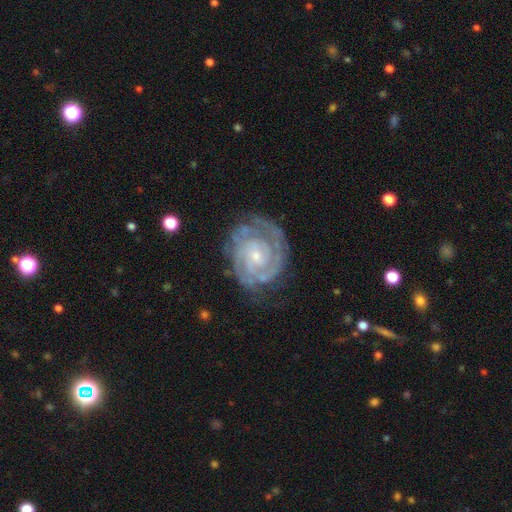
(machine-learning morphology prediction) A featured or disk galaxy (90%) with no bar (65%), 2 (42%) tight (76%) spiral arms (97%) and a small central bulge (72%).

Vote fractions:
- Smooth or featured? featured or disk: 90% / smooth: 6% / star or artifact: 5%
- Edge-on disk? no: 98% / yes: 2%
- Bar? no: 65% / weak: 28% / strong: 7%
- Spiral arms? yes: 97% / no: 3%
- Spiral winding? tight: 76% / medium: 21% / loose: 3%
- Spiral arm count? 2: 42% / 3: 21% / can't tell: 20% / 4: 8% / 1: 5% / more than 4: 5%
- Bulge size? small: 72% / moderate: 23% / none: 3% / large: 1% / dominant: 1%
- Merging? none: 71% / minor disturbance: 19% / major disturbance: 8% / merger: 2%